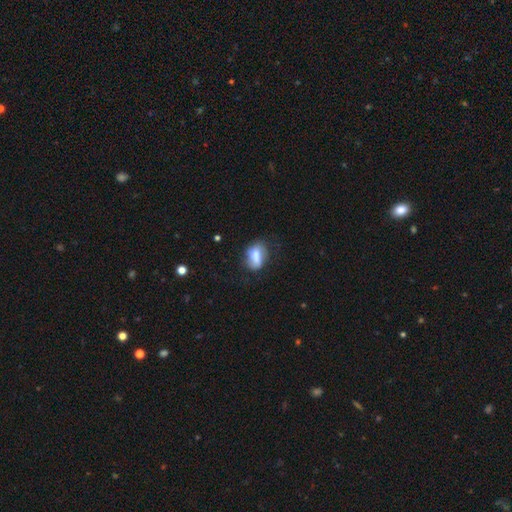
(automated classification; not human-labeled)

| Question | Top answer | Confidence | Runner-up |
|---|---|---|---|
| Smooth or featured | smooth | 64% | featured or disk (28%) |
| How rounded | in between | 80% | round (17%) |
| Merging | none | 49% | minor disturbance (31%) |